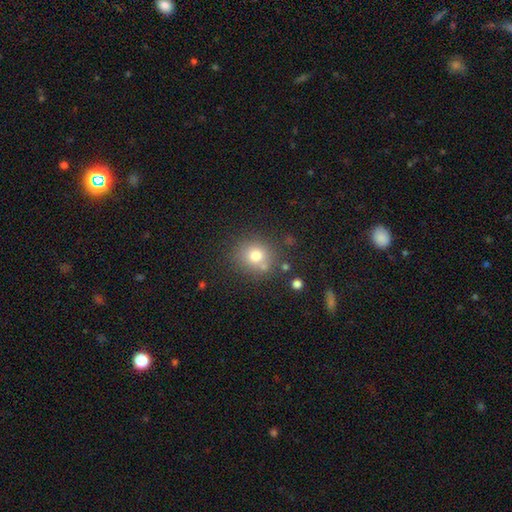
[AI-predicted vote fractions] A smooth galaxy with no disk features (75%) that is round (82%).

Vote fractions:
- Smooth or featured? smooth: 75% / star or artifact: 14% / featured or disk: 11%
- How rounded? round: 82% / in between: 17% / cigar-shaped: 1%
- Merging? none: 71% / minor disturbance: 13% / merger: 12% / major disturbance: 4%